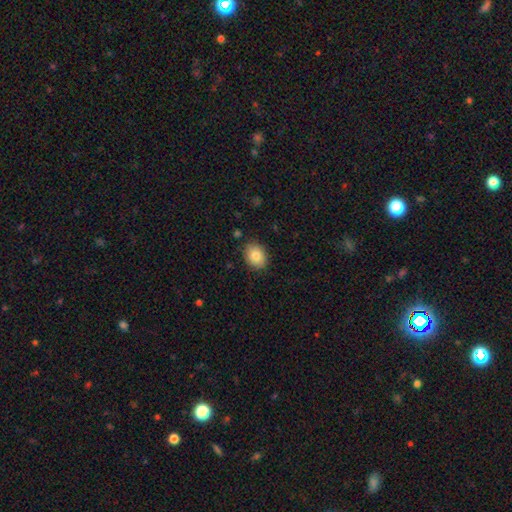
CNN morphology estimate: Q: Smooth or featured?
A: smooth (84%); runner-up: star or artifact (8%)
Q: How rounded?
A: in between (58%); runner-up: round (41%)
Q: Merging?
A: none (86%); runner-up: minor disturbance (11%)